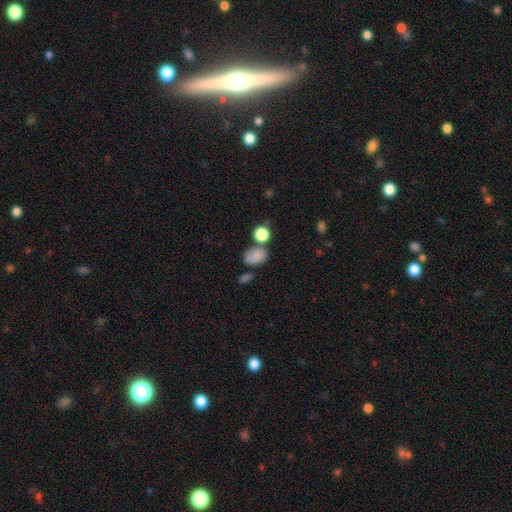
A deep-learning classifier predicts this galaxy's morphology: Smooth or featured?
  - smooth: 80% *
  - star or artifact: 12%
  - featured or disk: 8%
How rounded?
  - in between: 70% *
  - round: 29%
  - cigar-shaped: 1%
Merging?
  - none: 57% *
  - minor disturbance: 18%
  - merger: 18%
  - major disturbance: 7%